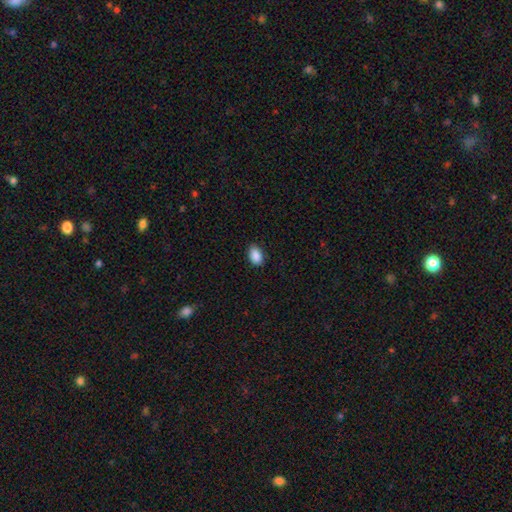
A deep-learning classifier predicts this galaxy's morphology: This is clearly a smooth galaxy (89%). How rounded: clearly in between (85%). Merging: clearly none (85%).